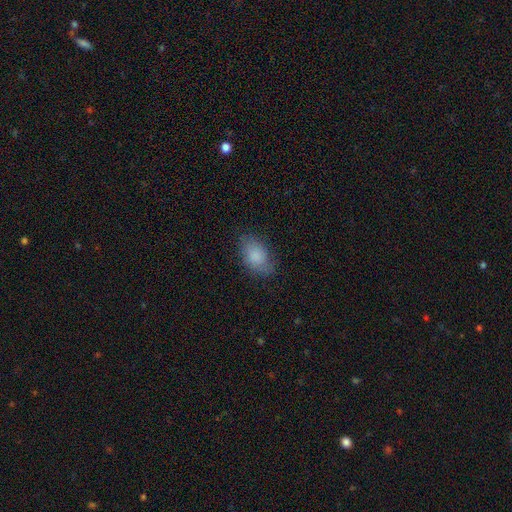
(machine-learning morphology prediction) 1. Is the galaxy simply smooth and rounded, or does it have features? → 83% smooth, 11% featured or disk, 7% star or artifact.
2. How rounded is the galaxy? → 90% in between, 9% round, 2% cigar-shaped.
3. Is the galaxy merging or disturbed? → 76% none, 18% minor disturbance, 5% major disturbance, 1% merger.